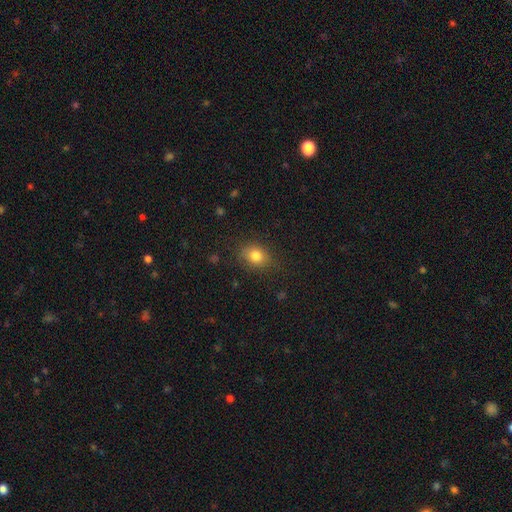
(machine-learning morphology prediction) The model was most divided on "how rounded": in between: 54%, round: 45%, cigar-shaped: 1%. More confident: merging — none (82%); smooth or featured — smooth (81%).